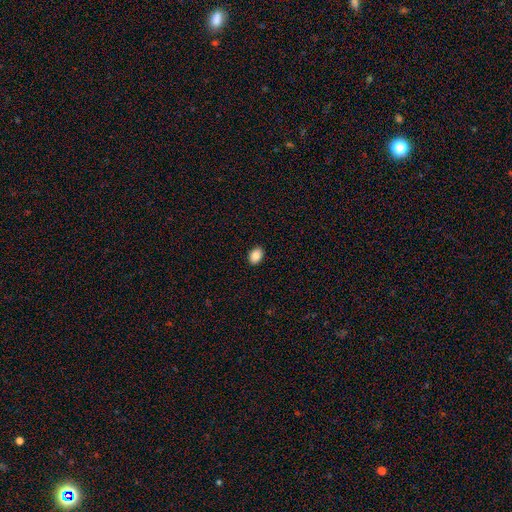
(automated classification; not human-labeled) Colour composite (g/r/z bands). It shows a smooth galaxy with no disk features (87%) that is in between round and cigar-shaped (78%). Merging: none (90%).